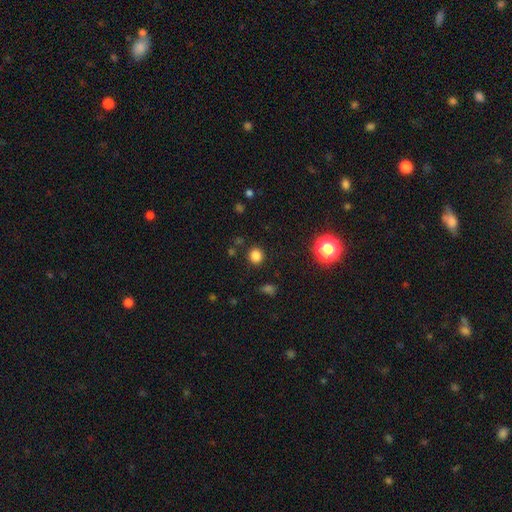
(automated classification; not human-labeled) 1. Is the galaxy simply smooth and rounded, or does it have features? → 82% smooth, 14% star or artifact, 4% featured or disk.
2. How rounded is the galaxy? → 88% round, 11% in between, 1% cigar-shaped.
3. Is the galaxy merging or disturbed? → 89% none, 7% minor disturbance, 3% major disturbance, 2% merger.